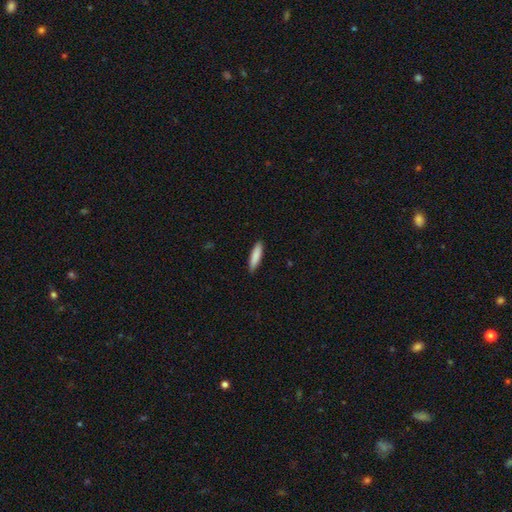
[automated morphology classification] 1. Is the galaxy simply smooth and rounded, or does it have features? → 87% smooth, 8% featured or disk, 5% star or artifact.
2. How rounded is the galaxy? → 77% cigar-shaped, 22% in between, 1% round.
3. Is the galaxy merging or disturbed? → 90% none, 8% minor disturbance, 2% major disturbance, 1% merger.